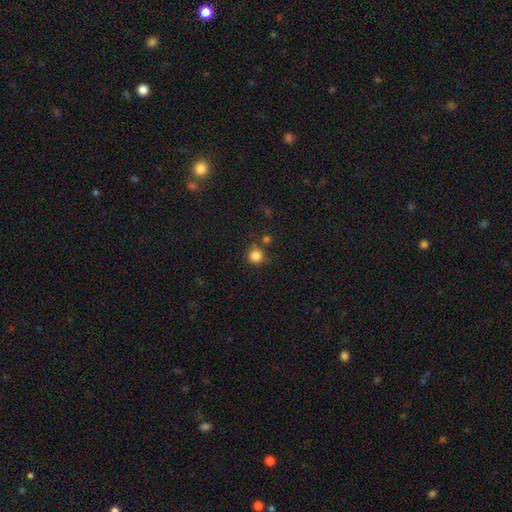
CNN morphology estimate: Smooth or featured? smooth (84%)
How rounded? round (93%)
Merging? none (73%)